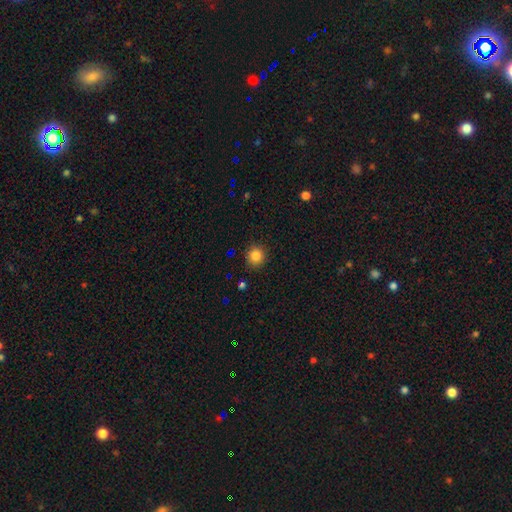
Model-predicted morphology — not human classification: This is clearly a smooth galaxy (83%). How rounded: clearly round (92%). Merging: clearly none (90%).